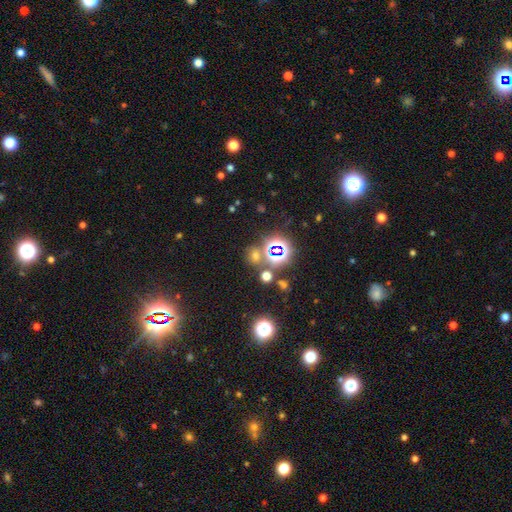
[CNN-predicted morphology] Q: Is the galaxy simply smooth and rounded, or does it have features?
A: star or artifact — 48%.